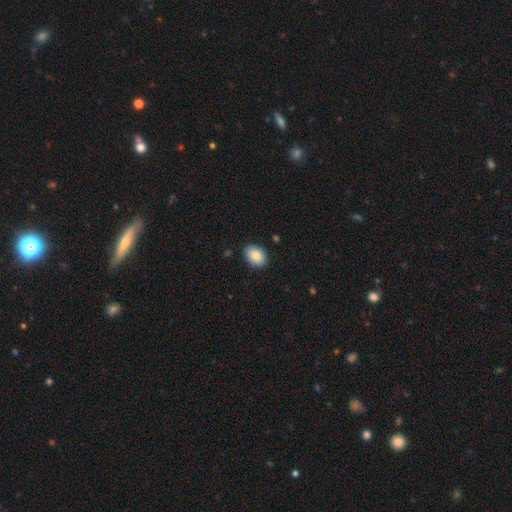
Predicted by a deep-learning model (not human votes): Smooth or featured?
  - smooth: 85% *
  - featured or disk: 8%
  - star or artifact: 7%
How rounded?
  - in between: 76% *
  - round: 23%
  - cigar-shaped: 1%
Merging?
  - none: 87% *
  - minor disturbance: 10%
  - major disturbance: 2%
  - merger: 1%